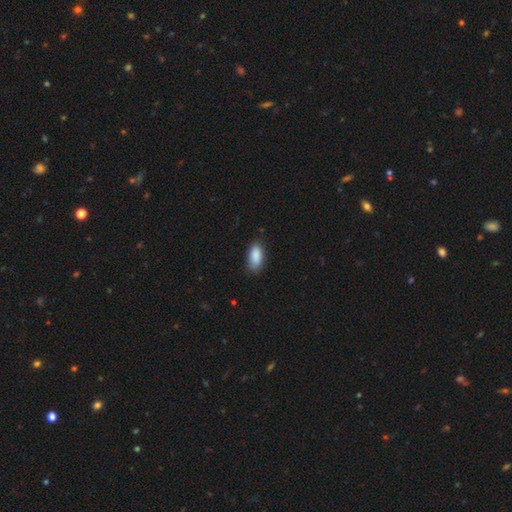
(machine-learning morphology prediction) Smooth or featured: smooth — 89% (star or artifact — 7%)
How rounded: in between — 89% (cigar-shaped — 8%)
Merging: none — 78% (minor disturbance — 17%)